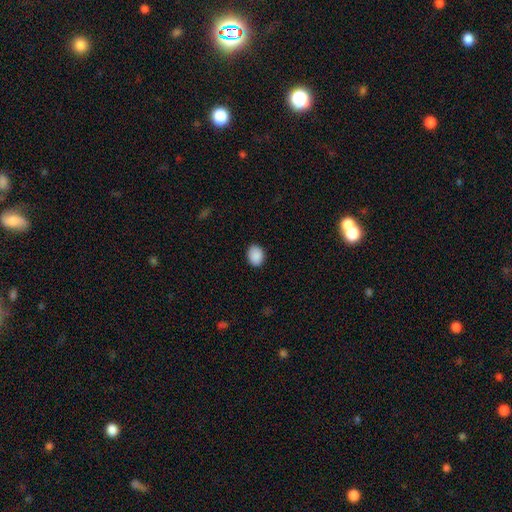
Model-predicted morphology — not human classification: Overall: smooth (90%). How rounded: in between (58%; round 41%). Merging: none (88%).